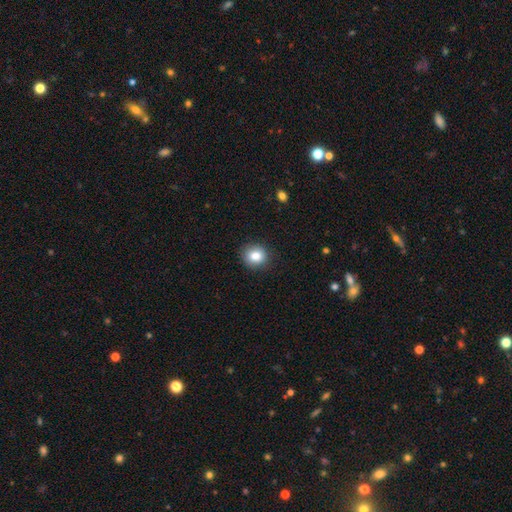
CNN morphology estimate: Smooth or featured: smooth — 83% (star or artifact — 10%)
How rounded: round — 82% (in between — 17%)
Merging: none — 89% (minor disturbance — 8%)